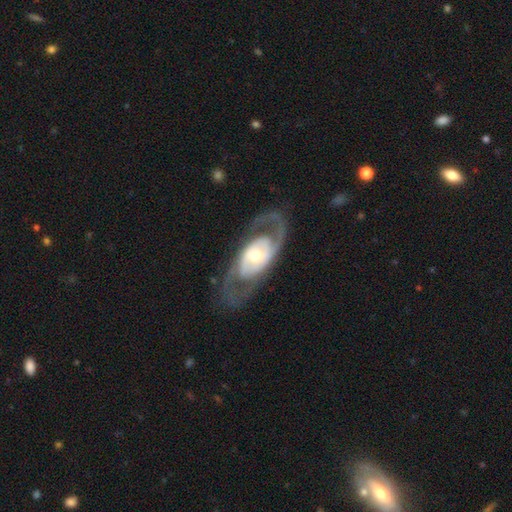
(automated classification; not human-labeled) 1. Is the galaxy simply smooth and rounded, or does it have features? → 83% featured or disk, 13% smooth, 4% star or artifact.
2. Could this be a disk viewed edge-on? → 91% no, 9% yes.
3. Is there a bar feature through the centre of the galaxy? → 63% no, 24% weak, 12% strong.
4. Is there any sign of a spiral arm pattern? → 80% yes, 20% no.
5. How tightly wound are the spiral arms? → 46% medium, 31% tight, 23% loose.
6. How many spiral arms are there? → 82% 2, 9% can't tell, 5% 1, 2% 3, 1% 4, 1% more than 4.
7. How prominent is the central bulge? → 59% moderate, 26% small, 12% large, 2% dominant, 1% none.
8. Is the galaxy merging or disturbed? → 73% none, 13% minor disturbance, 12% major disturbance, 1% merger.